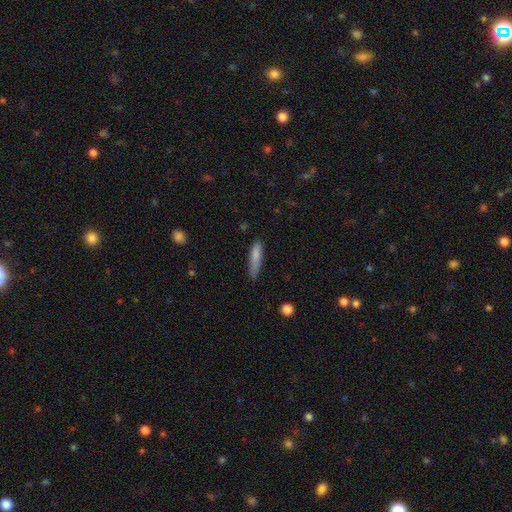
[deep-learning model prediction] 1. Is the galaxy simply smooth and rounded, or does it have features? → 81% smooth, 12% featured or disk, 7% star or artifact.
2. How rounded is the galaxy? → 77% cigar-shaped, 22% in between, 2% round.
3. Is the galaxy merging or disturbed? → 63% none, 29% minor disturbance, 6% major disturbance, 2% merger.